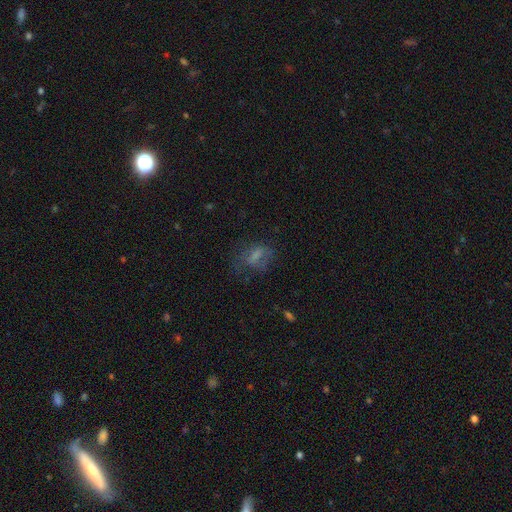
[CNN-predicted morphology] smooth-or-featured: smooth: 55% | featured or disk: 28% | star or artifact: 17%
  how-rounded: in between: 72% | round: 19% | cigar-shaped: 9%
  merging: none: 45% | major disturbance: 30% | minor disturbance: 22% | merger: 3%